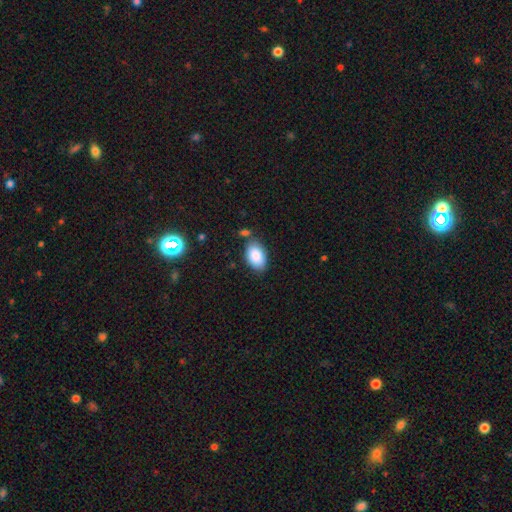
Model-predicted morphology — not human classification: This is clearly a smooth galaxy (86%). How rounded: clearly in between (93%). Merging: likely none (72%).